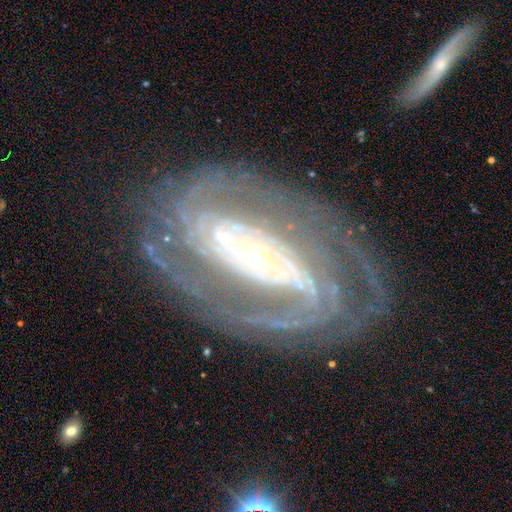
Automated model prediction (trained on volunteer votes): This appears to be a featured or disk galaxy (89%) with no bar (47%), 2 (29%) tight (63%) spiral arms (96%) and a small central bulge (67%). Merging: none (73%).